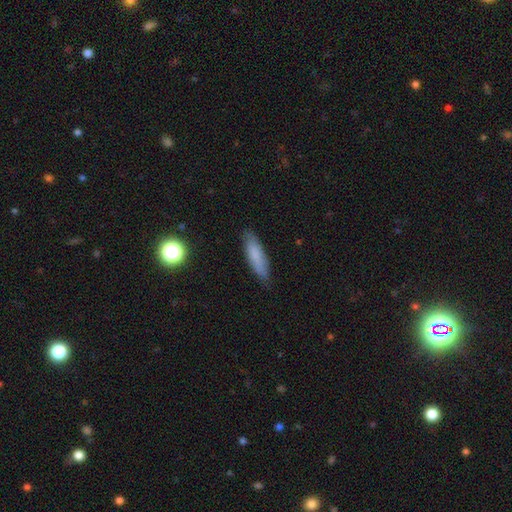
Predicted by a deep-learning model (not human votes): smooth-or-featured: smooth: 79% | featured or disk: 14% | star or artifact: 8%
  how-rounded: cigar-shaped: 63% | in between: 35% | round: 2%
  merging: none: 83% | minor disturbance: 13% | major disturbance: 3% | merger: 1%